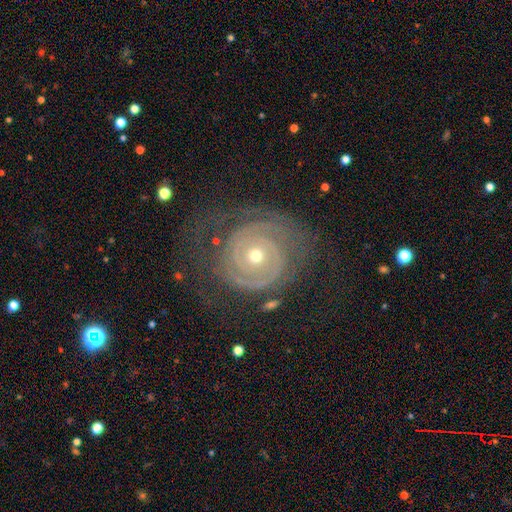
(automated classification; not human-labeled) Smooth or featured? Predicted: featured or disk (p=0.86). Edge-on disk? Predicted: no (p=0.97). Bar? Predicted: no (p=0.82). Spiral arms? Predicted: yes (p=0.93). Spiral winding? Predicted: tight (p=0.80). Spiral arm count? Predicted: 2 (p=0.42). Bulge size? Predicted: small (p=0.50). Merging? Predicted: none (p=0.67).